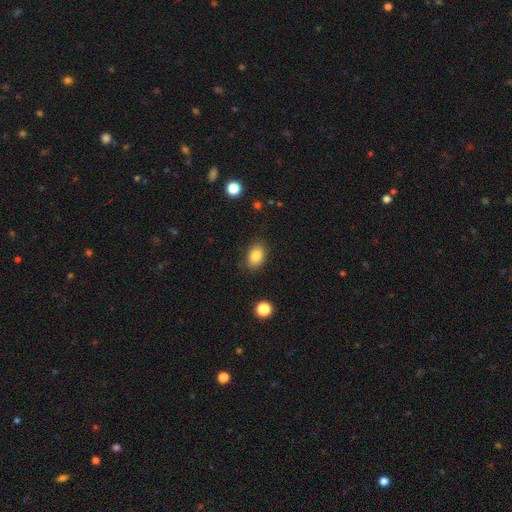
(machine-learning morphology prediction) Q: Smooth or featured?
A: smooth (83%); runner-up: star or artifact (9%)
Q: How rounded?
A: in between (84%); runner-up: round (15%)
Q: Merging?
A: none (85%); runner-up: minor disturbance (11%)